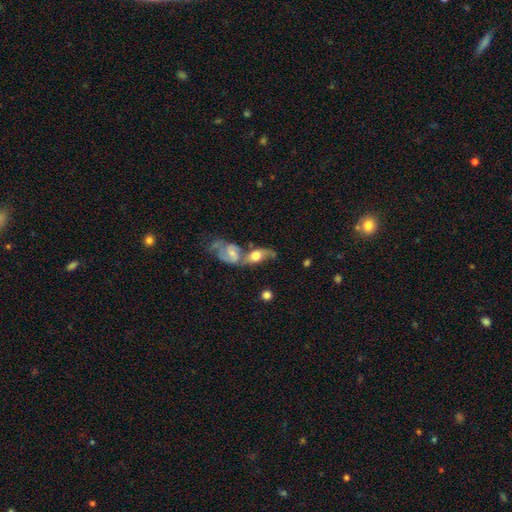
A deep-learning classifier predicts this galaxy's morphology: Smooth or featured?
  - featured or disk: 52% *
  - smooth: 40%
  - star or artifact: 8%
Edge-on disk?
  - no: 89% *
  - yes: 11%
Merging?
  - merger: 65% *
  - none: 16%
  - major disturbance: 10%
  - minor disturbance: 9%